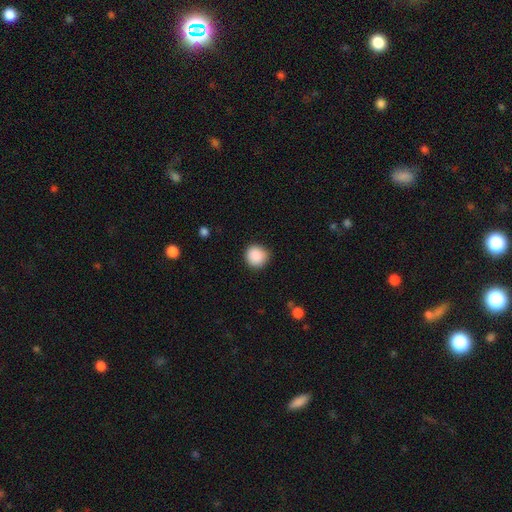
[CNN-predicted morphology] Smooth or featured: smooth — 89% (star or artifact — 8%)
How rounded: round — 90% (in between — 9%)
Merging: none — 84% (minor disturbance — 12%)